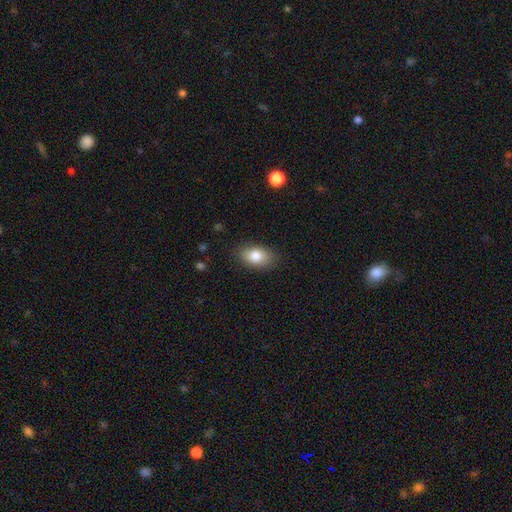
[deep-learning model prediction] A smooth galaxy with no disk features (83%) that is in between round and cigar-shaped (89%).

Vote fractions:
- Smooth or featured? smooth: 83% / featured or disk: 10% / star or artifact: 8%
- How rounded? in between: 89% / round: 9% / cigar-shaped: 2%
- Merging? none: 85% / minor disturbance: 11% / major disturbance: 3% / merger: 1%